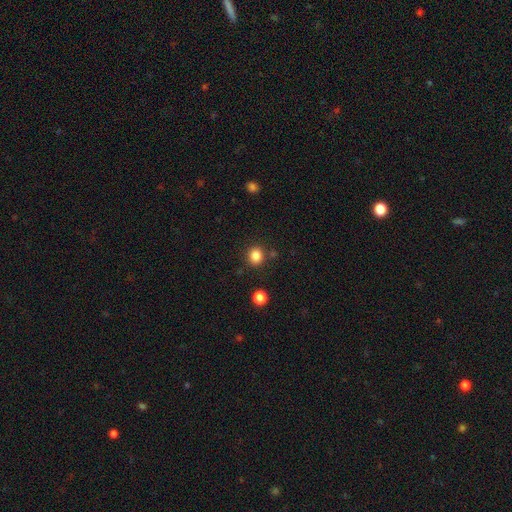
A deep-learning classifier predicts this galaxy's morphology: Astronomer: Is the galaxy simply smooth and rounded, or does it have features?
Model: smooth — 85%.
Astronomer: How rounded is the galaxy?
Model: round — 84%.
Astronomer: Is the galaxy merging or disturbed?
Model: none — 85%.